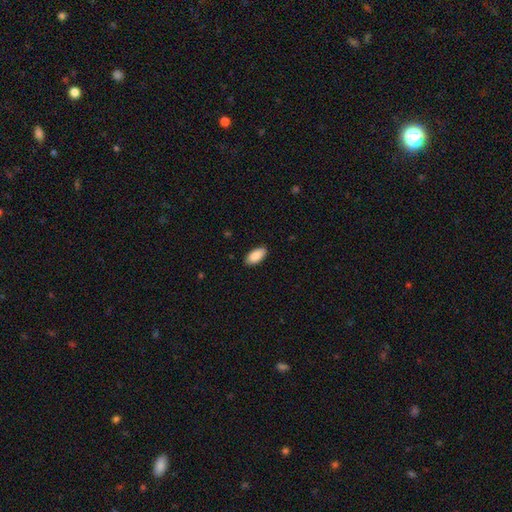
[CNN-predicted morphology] Smooth or featured?
  - smooth: 90% *
  - star or artifact: 6%
  - featured or disk: 4%
How rounded?
  - in between: 93% *
  - cigar-shaped: 5%
  - round: 2%
Merging?
  - none: 88% *
  - minor disturbance: 9%
  - major disturbance: 2%
  - merger: 1%